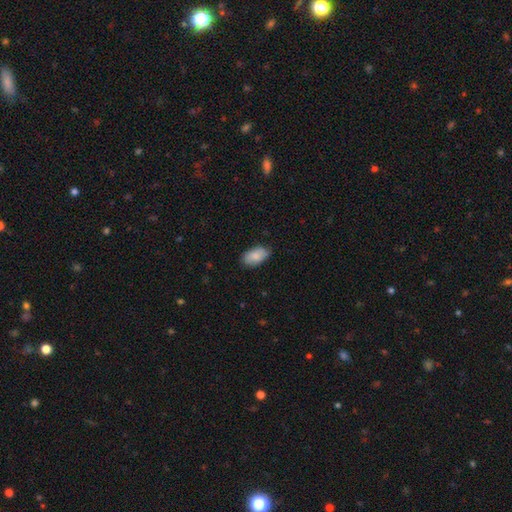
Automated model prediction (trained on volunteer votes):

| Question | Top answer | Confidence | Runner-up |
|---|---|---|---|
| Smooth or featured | smooth | 84% | featured or disk (10%) |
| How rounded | in between | 94% | round (4%) |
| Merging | none | 75% | minor disturbance (21%) |